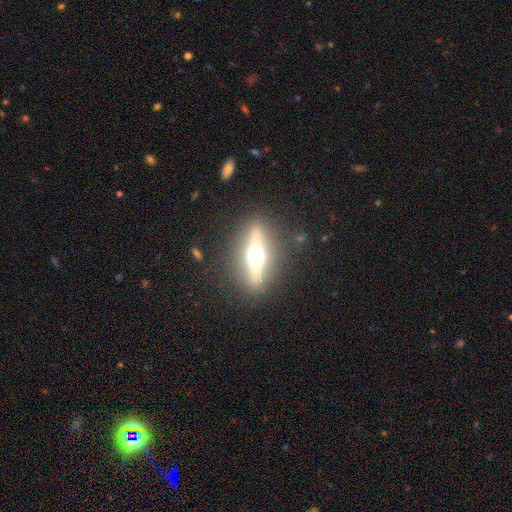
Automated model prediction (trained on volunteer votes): A featured or disk galaxy (66%) viewed edge-on (86%) with a rounded central bulge (96%). Merging: none (86%).